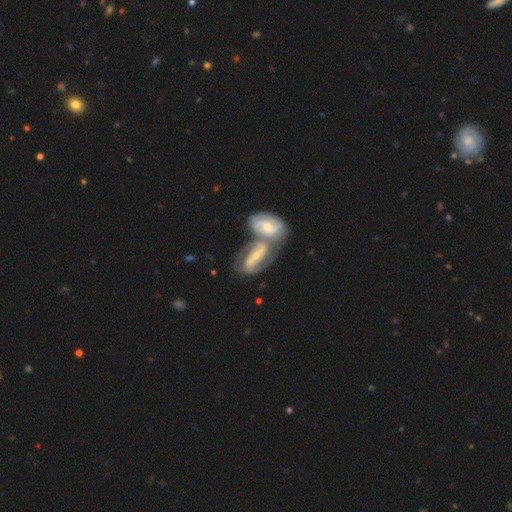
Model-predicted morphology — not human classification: Overall: featured or disk (82%). Edge-on disk: no (94%). Bar: strong (48%; weak 32%). Spiral arms: yes (93%). Spiral arm count: 2 (81%). Spiral winding: medium (46%; tight 34%). Bulge size: small (57%; moderate 38%). Merging: merger (65%).